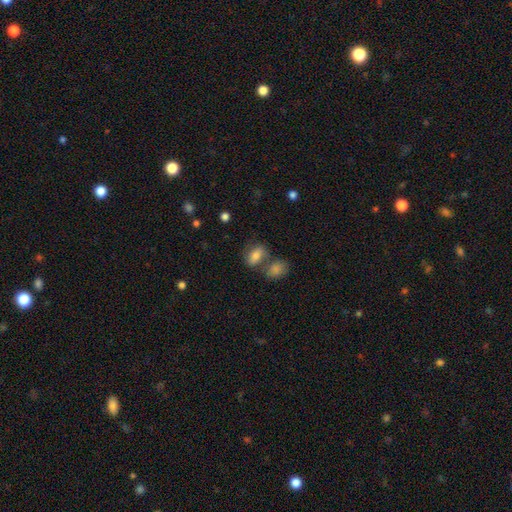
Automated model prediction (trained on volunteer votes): Smooth or featured: smooth — 76% (featured or disk — 15%)
How rounded: in between — 82% (round — 14%)
Merging: none — 49% (merger — 32%)